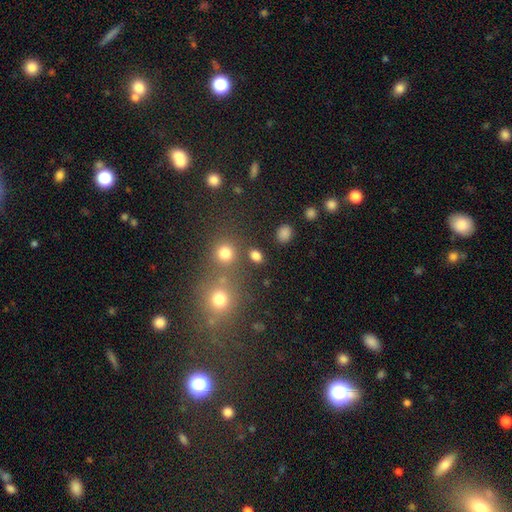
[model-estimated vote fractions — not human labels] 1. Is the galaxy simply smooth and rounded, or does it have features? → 80% smooth, 15% star or artifact, 6% featured or disk.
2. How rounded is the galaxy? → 51% round, 47% in between, 2% cigar-shaped.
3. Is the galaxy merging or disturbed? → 77% none, 10% merger, 8% minor disturbance, 4% major disturbance.